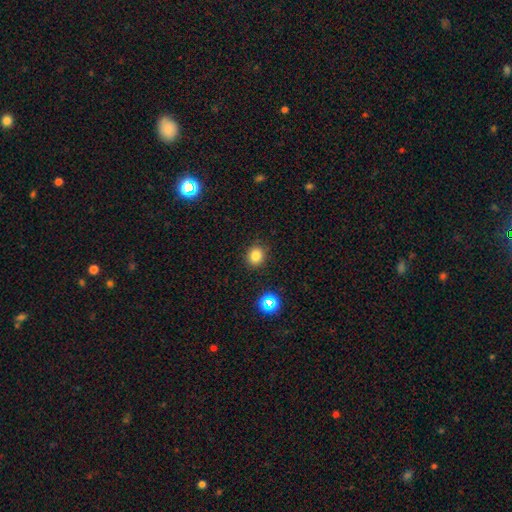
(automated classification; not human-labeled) This appears to be a smooth galaxy with no disk features (80%) that is round (79%). Merging: none (88%).